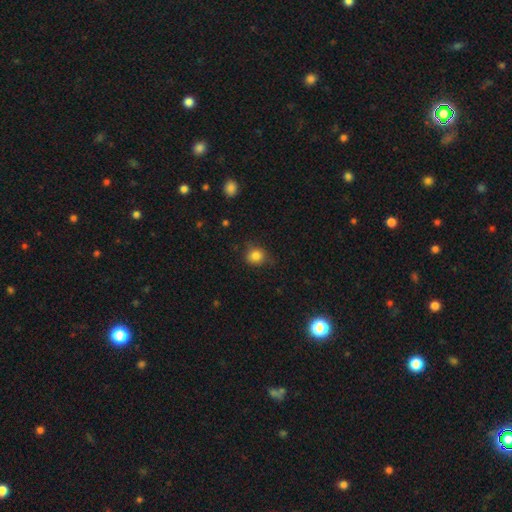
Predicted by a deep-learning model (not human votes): Morphology: type=smooth (84%); roundness=round (85%); merging=none (77%).